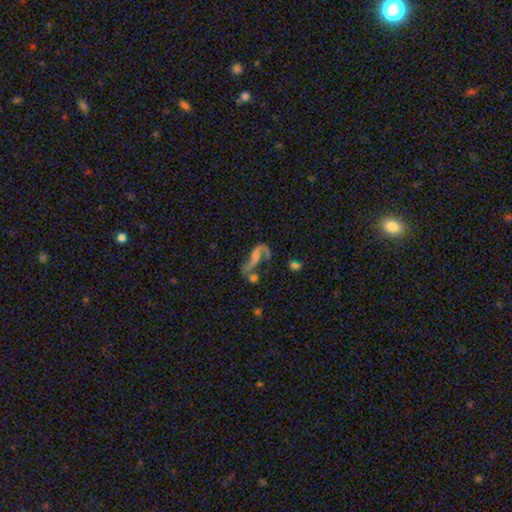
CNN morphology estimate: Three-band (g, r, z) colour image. It shows a featured or disk galaxy (71%) with no bar (50%), 2 (76%) loose (78%) spiral arms (82%) and a small central bulge (35%). Merging: none (33%).